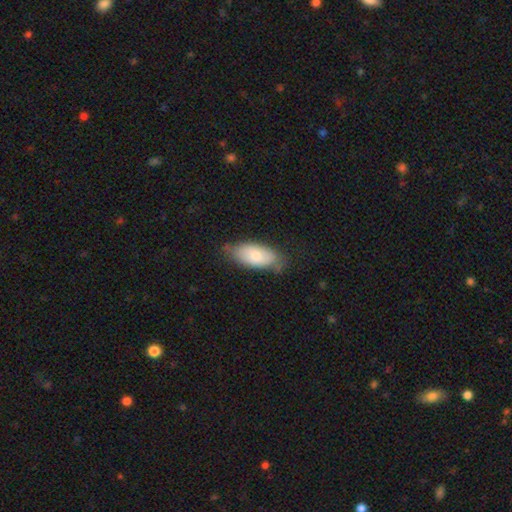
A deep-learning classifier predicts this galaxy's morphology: Overall: smooth (75%). How rounded: in between (91%). Merging: none (63%; minor disturbance 29%).